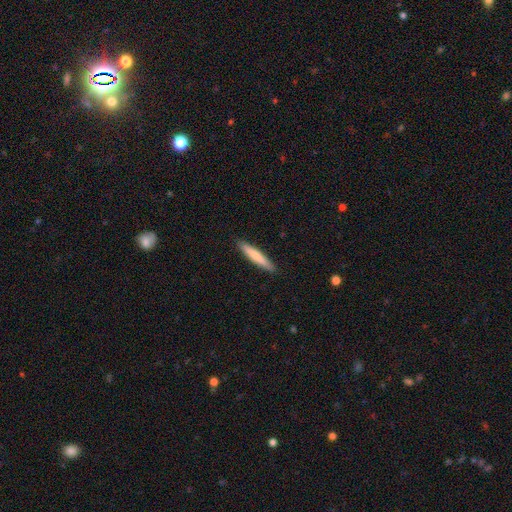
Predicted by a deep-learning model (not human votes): A smooth galaxy with no disk features (74%) that is cigar-shaped (92%).

Vote fractions:
- Smooth or featured? smooth: 74% / featured or disk: 21% / star or artifact: 5%
- How rounded? cigar-shaped: 92% / in between: 7% / round: 1%
- Merging? none: 91% / minor disturbance: 7% / major disturbance: 1% / merger: 1%